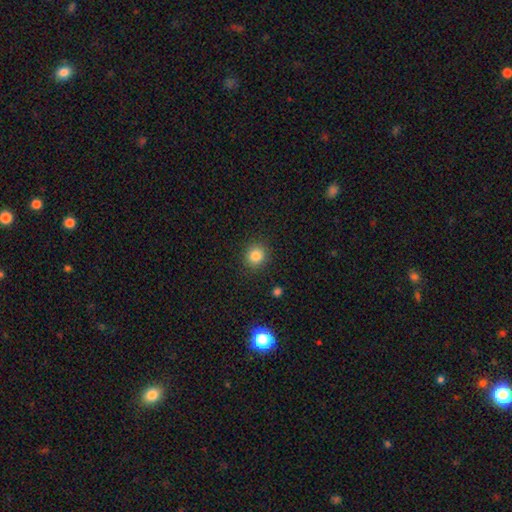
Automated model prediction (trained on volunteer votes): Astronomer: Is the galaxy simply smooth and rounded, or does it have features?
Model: smooth — 83%.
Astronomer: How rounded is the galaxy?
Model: round — 90%.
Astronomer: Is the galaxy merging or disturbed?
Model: none — 90%.